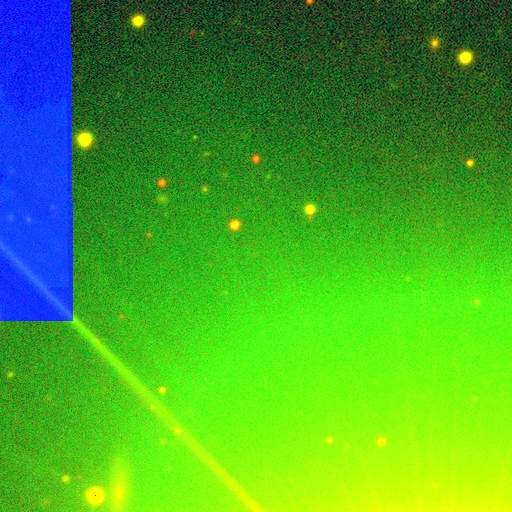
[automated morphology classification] Overall: star or artifact (84%).